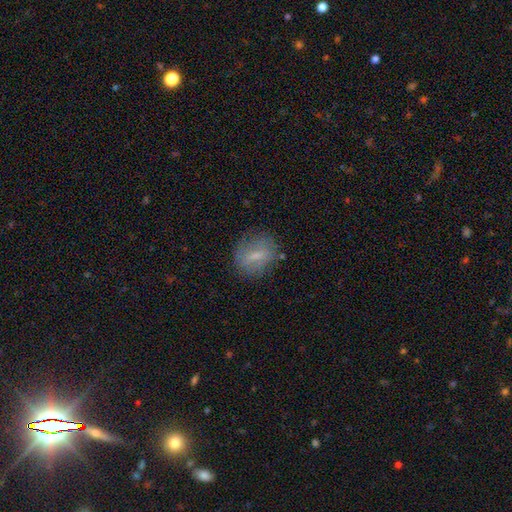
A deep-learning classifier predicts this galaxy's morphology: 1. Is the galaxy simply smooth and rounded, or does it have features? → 57% smooth, 33% featured or disk, 10% star or artifact.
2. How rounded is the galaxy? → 52% round, 44% in between, 4% cigar-shaped.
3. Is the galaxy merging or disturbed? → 73% none, 18% minor disturbance, 7% major disturbance, 2% merger.